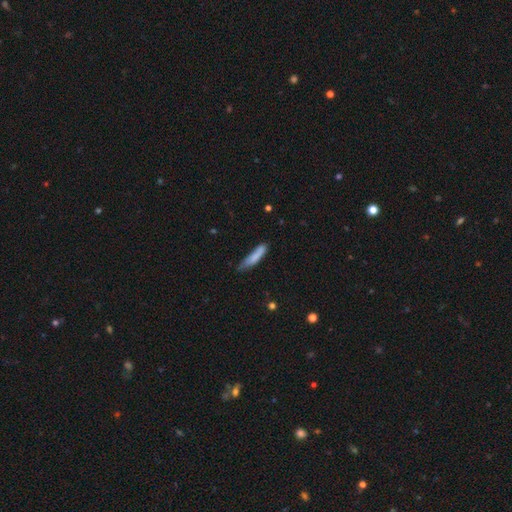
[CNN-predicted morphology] This is likely a smooth galaxy (77%). How rounded: clearly cigar-shaped (82%). Merging: possibly none (56%).